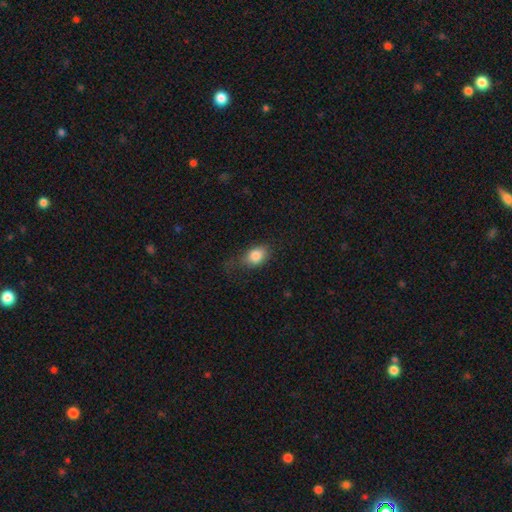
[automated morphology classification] This is clearly a smooth galaxy (84%). How rounded: likely in between (76%). Merging: possibly none (56%).